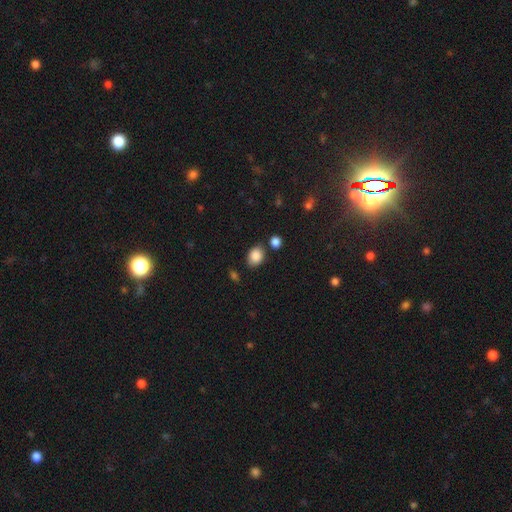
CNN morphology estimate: Smooth or featured?
  - smooth: 87% *
  - star or artifact: 9%
  - featured or disk: 5%
How rounded?
  - in between: 66% *
  - round: 33%
  - cigar-shaped: 1%
Merging?
  - none: 75% *
  - minor disturbance: 14%
  - merger: 8%
  - major disturbance: 4%